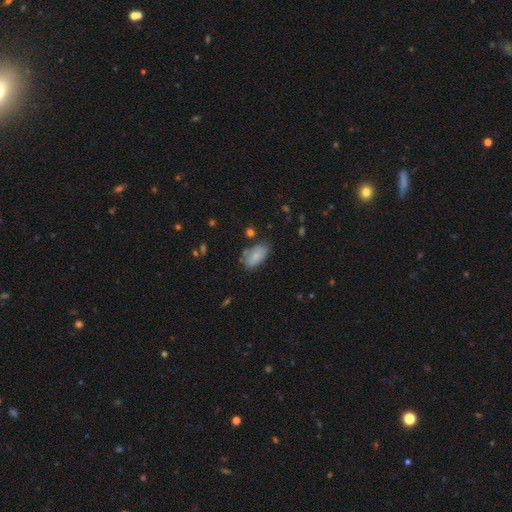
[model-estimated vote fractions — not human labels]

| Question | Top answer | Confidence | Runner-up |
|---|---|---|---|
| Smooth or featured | smooth | 80% | featured or disk (13%) |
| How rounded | in between | 92% | cigar-shaped (4%) |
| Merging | none | 70% | minor disturbance (21%) |